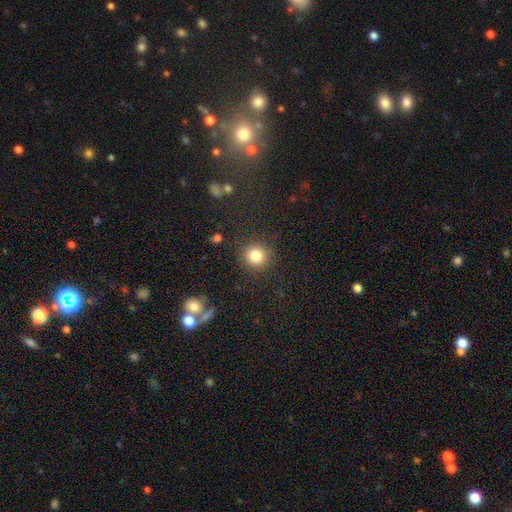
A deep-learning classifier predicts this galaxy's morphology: smooth-or-featured: smooth: 82% | star or artifact: 11% | featured or disk: 6%
  how-rounded: round: 91% | in between: 8% | cigar-shaped: 1%
  merging: none: 88% | minor disturbance: 7% | major disturbance: 3% | merger: 2%